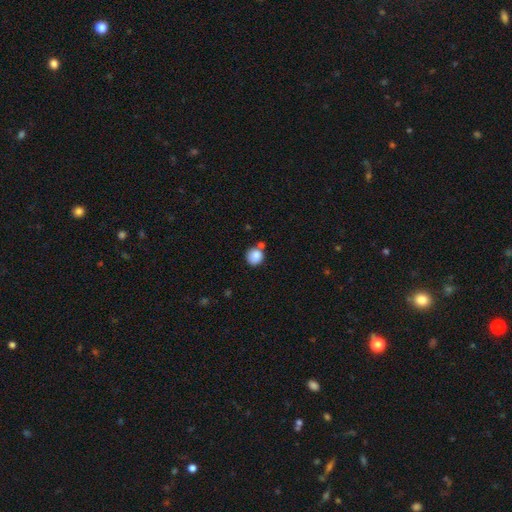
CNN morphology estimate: This is clearly a smooth galaxy (86%). How rounded: clearly round (88%). Merging: likely none (64%).